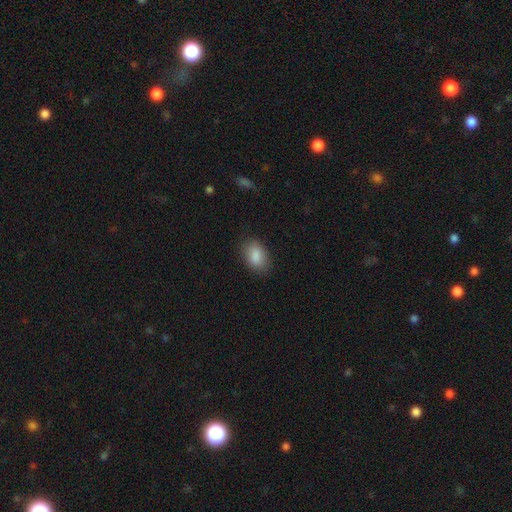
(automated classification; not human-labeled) smooth 87%, star or artifact 7%, featured or disk 6%. Down the decision tree: how rounded — in between (87%); merging — none (82%).